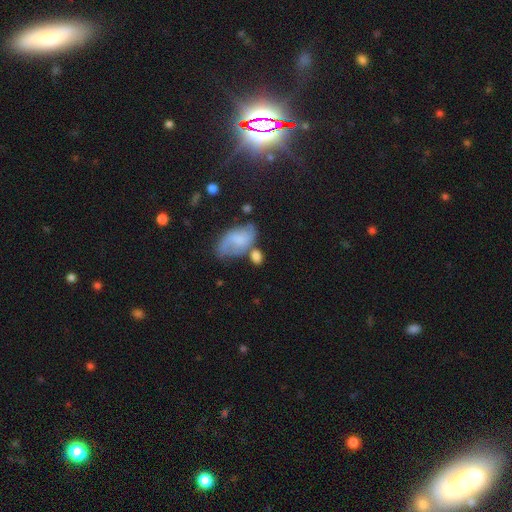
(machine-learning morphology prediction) Q: Smooth or featured?
A: smooth (69%); runner-up: featured or disk (23%)
Q: How rounded?
A: in between (72%); runner-up: round (25%)
Q: Merging?
A: none (49%); runner-up: merger (25%)